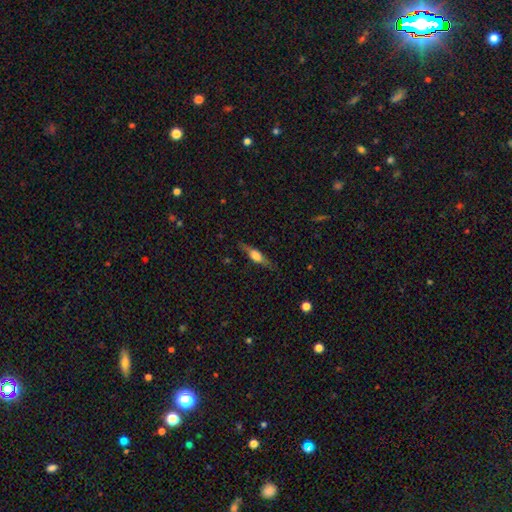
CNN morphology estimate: Q: Smooth or featured?
A: featured or disk (58%); runner-up: smooth (35%)
Q: Edge-on disk?
A: yes (94%); runner-up: no (6%)
Q: Edge-on bulge?
A: rounded (81%); runner-up: boxy (16%)
Q: Merging?
A: none (80%); runner-up: minor disturbance (14%)